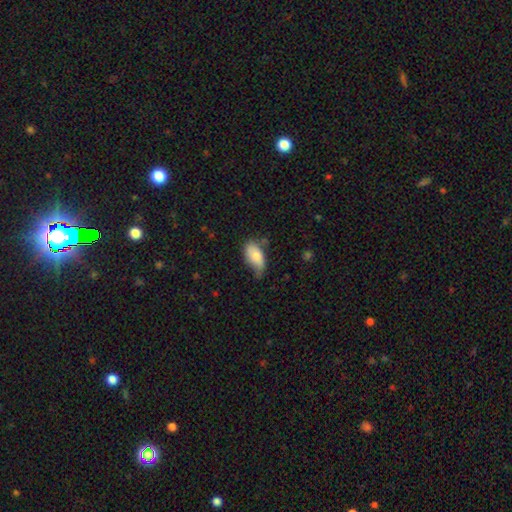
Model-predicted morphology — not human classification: Smooth or featured?
  - smooth: 72% *
  - featured or disk: 21%
  - star or artifact: 7%
How rounded?
  - in between: 92% *
  - cigar-shaped: 4%
  - round: 4%
Merging?
  - none: 45% *
  - minor disturbance: 41%
  - major disturbance: 11%
  - merger: 3%